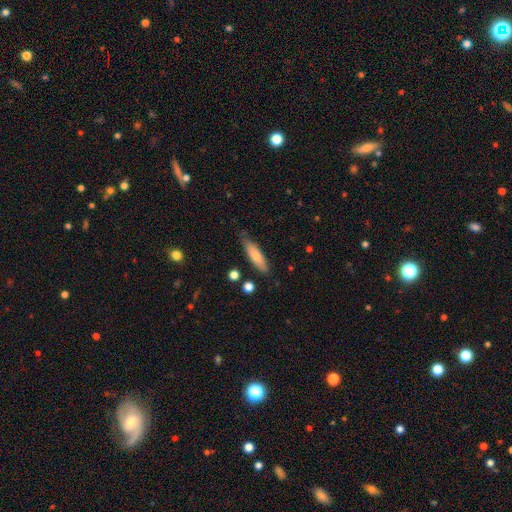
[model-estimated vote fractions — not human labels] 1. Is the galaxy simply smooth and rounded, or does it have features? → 72% smooth, 22% featured or disk, 6% star or artifact.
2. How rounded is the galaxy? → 65% cigar-shaped, 33% in between, 2% round.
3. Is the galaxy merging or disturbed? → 76% none, 18% minor disturbance, 3% major disturbance, 3% merger.